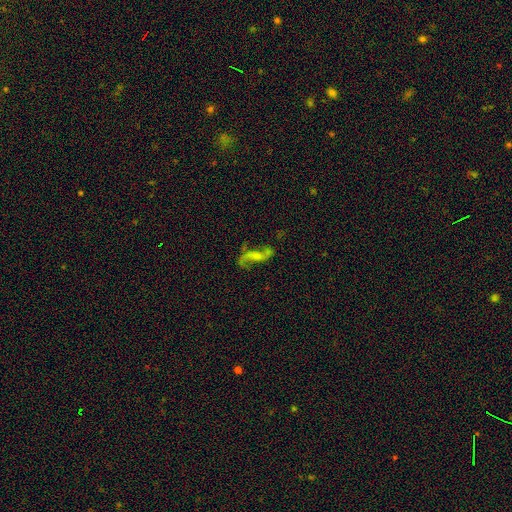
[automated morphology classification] smooth_or_featured: featured or disk (p=0.76) [alt: smooth p=0.14]
disk_edge_on: no (p=0.93) [alt: yes p=0.07]
bar: no (p=0.45) [alt: weak p=0.39]
has_spiral_arms: yes (p=0.90) [alt: no p=0.10]
spiral_winding: loose (p=0.85) [alt: medium p=0.12]
spiral_arm_count: 2 (p=0.89) [alt: 1 p=0.05]
bulge_size: none (p=0.42) [alt: small p=0.33]
merging: none (p=0.59) [alt: minor disturbance p=0.18]